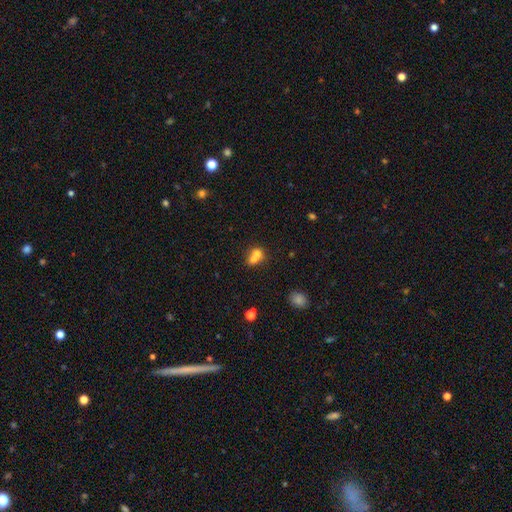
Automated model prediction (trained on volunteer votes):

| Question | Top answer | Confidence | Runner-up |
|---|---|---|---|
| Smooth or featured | smooth | 69% | featured or disk (19%) |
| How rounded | round | 59% | in between (39%) |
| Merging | merger | 68% | none (23%) |